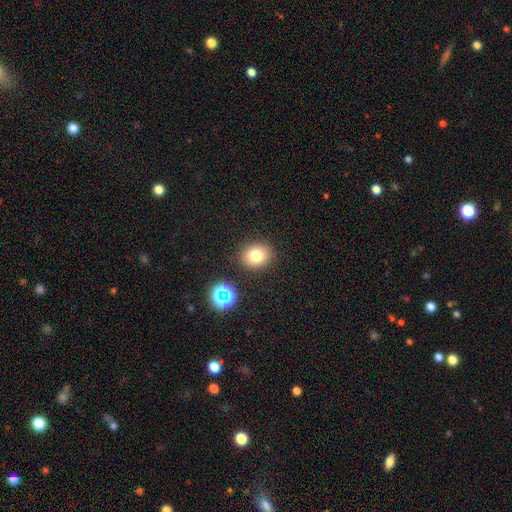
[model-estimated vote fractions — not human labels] Smooth or featured?
  - smooth: 75% *
  - star or artifact: 15%
  - featured or disk: 10%
How rounded?
  - round: 67% *
  - in between: 32%
  - cigar-shaped: 1%
Merging?
  - none: 87% *
  - minor disturbance: 8%
  - merger: 3%
  - major disturbance: 3%